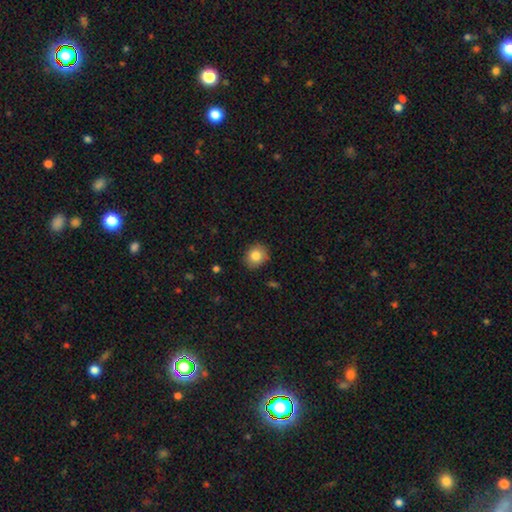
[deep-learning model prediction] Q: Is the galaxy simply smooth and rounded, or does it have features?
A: smooth — 83%.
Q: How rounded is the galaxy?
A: round — 69%.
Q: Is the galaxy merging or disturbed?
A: none — 88%.